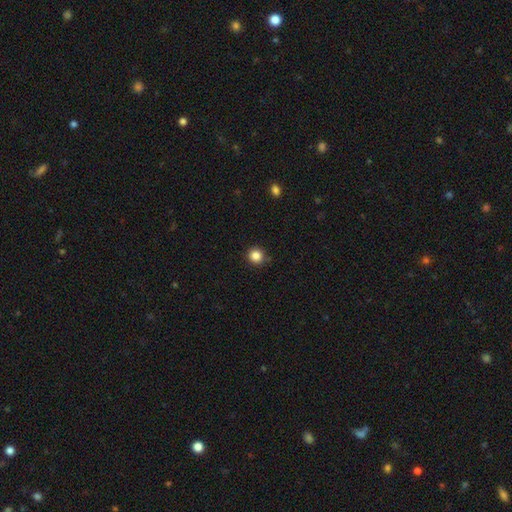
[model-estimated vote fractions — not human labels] Q: Smooth or featured?
A: smooth (85%); runner-up: star or artifact (11%)
Q: How rounded?
A: round (93%); runner-up: in between (6%)
Q: Merging?
A: none (88%); runner-up: minor disturbance (9%)